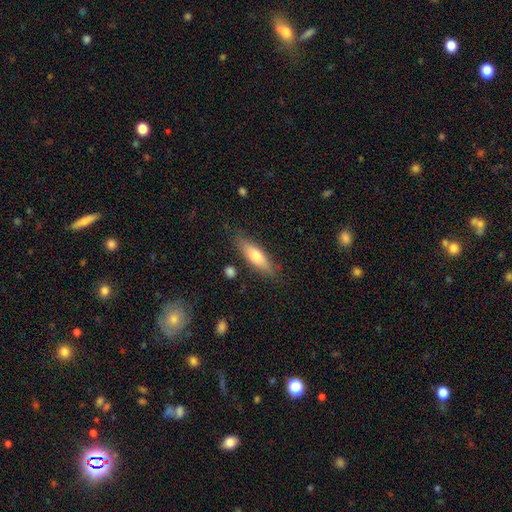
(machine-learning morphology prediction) A smooth galaxy with no disk features (66%) that is cigar-shaped (60%). Merging: none (83%).